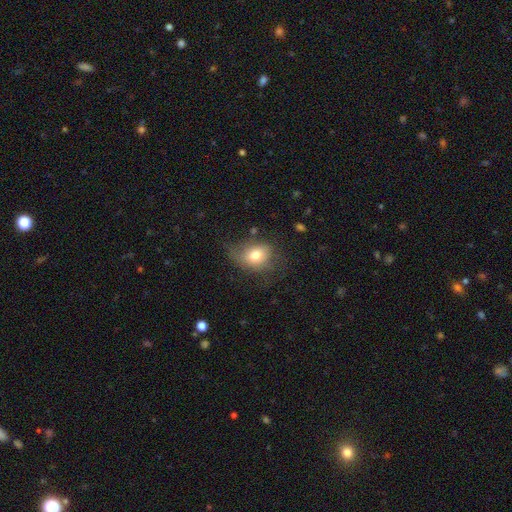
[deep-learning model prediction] Smooth or featured?
  - smooth: 73% *
  - featured or disk: 16%
  - star or artifact: 11%
How rounded?
  - in between: 49% * (tied)
  - round: 49% * (tied)
  - cigar-shaped: 1%
Merging?
  - none: 53% *
  - minor disturbance: 29%
  - major disturbance: 16%
  - merger: 2%